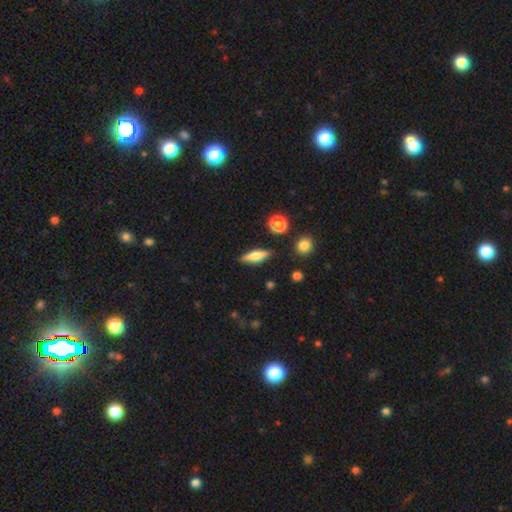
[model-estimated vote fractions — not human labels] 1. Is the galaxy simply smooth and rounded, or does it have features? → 62% smooth, 30% featured or disk, 8% star or artifact.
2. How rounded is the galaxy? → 53% cigar-shaped, 43% in between, 4% round.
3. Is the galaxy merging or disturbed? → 85% none, 10% minor disturbance, 3% major disturbance, 3% merger.